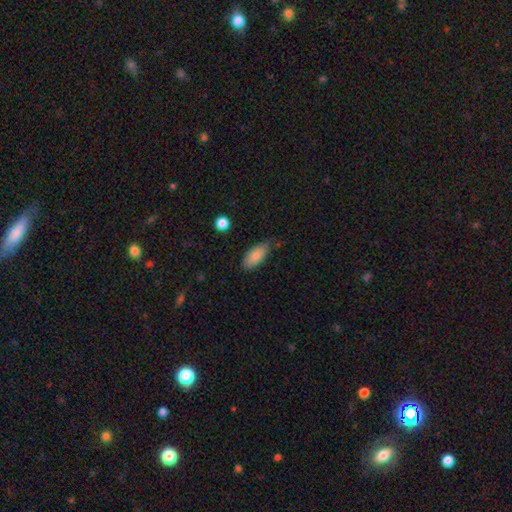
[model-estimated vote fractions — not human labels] Smooth or featured? smooth (86%)
How rounded? in between (90%)
Merging? none (64%)